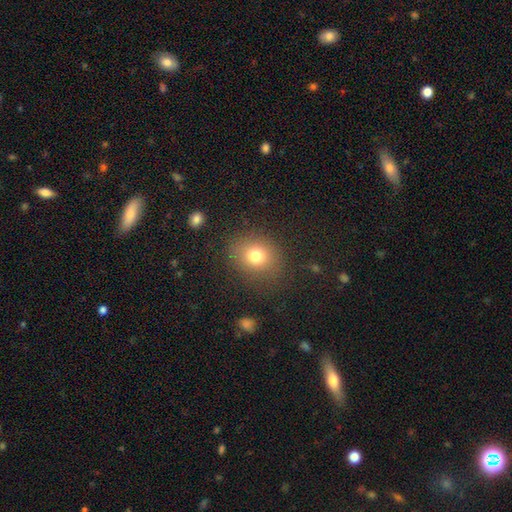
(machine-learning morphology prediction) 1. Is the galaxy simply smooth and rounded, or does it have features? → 77% smooth, 13% star or artifact, 10% featured or disk.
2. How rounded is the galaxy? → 66% round, 33% in between, 1% cigar-shaped.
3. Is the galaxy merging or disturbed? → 82% none, 11% minor disturbance, 5% major disturbance, 2% merger.